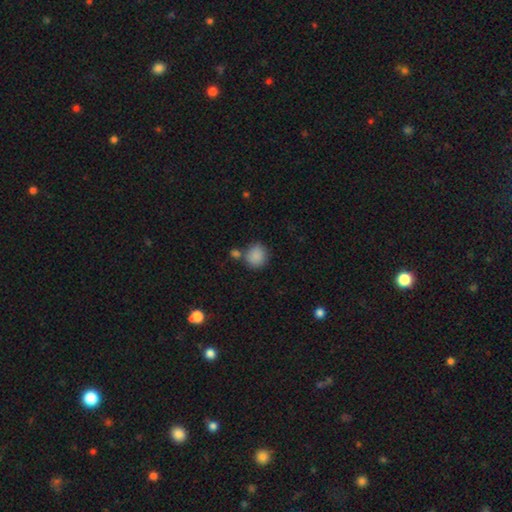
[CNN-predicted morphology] This appears to be a smooth galaxy with no disk features (87%) that is round (83%). Merging: none (66%).